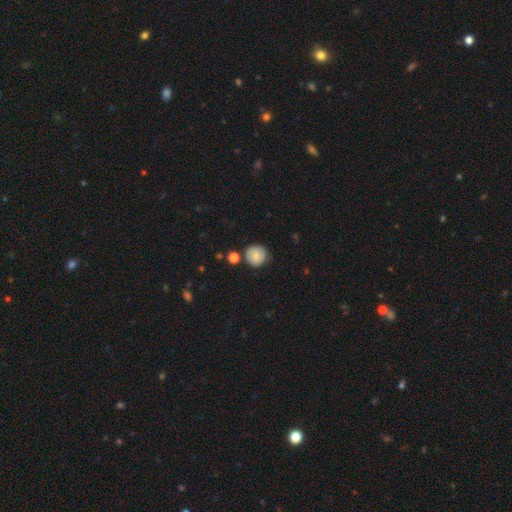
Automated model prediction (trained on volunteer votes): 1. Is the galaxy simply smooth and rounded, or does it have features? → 75% smooth, 17% featured or disk, 9% star or artifact.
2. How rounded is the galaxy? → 91% round, 9% in between, 1% cigar-shaped.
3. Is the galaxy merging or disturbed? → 74% none, 15% minor disturbance, 7% merger, 3% major disturbance.